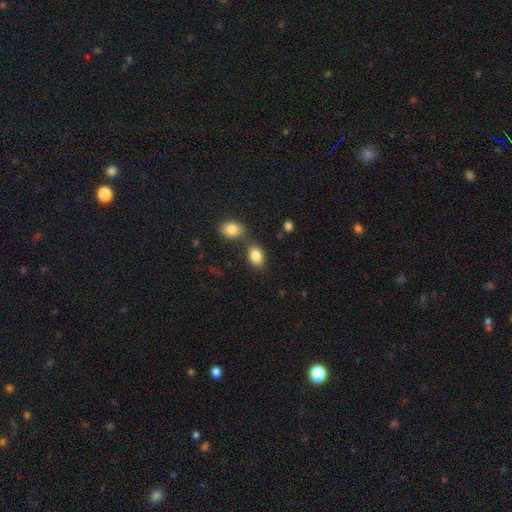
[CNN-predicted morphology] The model was most divided on "merging": none: 61%, merger: 24%, minor disturbance: 12%, major disturbance: 4%. More confident: how rounded — in between (85%); smooth or featured — smooth (85%).